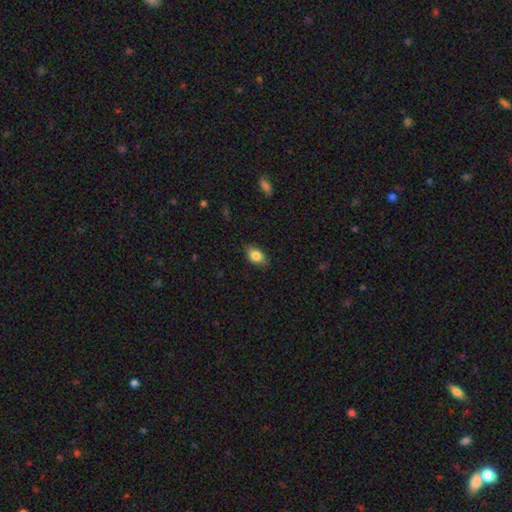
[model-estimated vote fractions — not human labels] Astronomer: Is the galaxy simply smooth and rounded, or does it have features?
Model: smooth — 82%.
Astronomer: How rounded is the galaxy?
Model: in between — 87%.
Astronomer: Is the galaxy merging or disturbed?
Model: none — 84%.